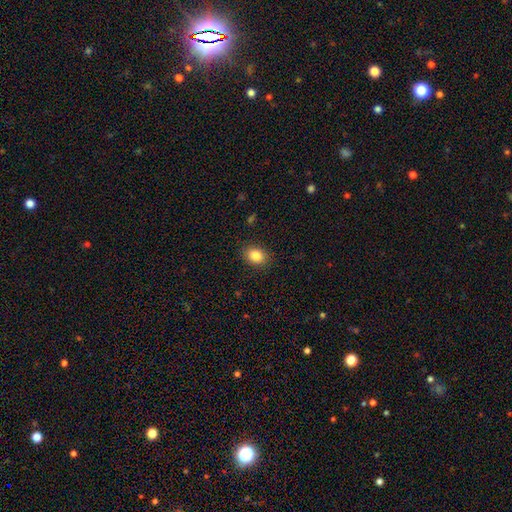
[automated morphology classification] Smooth or featured: smooth — 85% (star or artifact — 9%)
How rounded: in between — 61% (round — 38%)
Merging: none — 88% (minor disturbance — 9%)